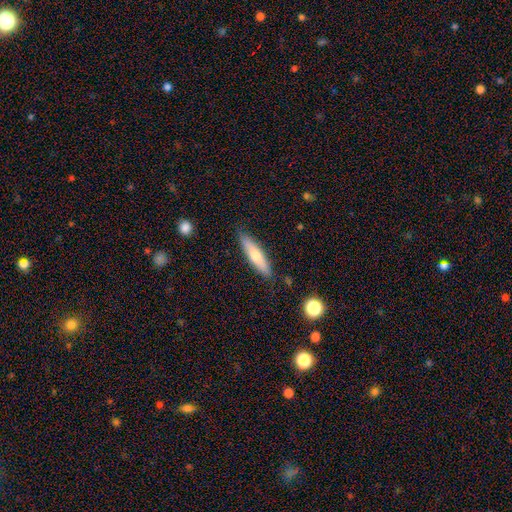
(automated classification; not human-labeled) A smooth galaxy with no disk features (62%) that is cigar-shaped (78%).

Vote fractions:
- Smooth or featured? smooth: 62% / featured or disk: 32% / star or artifact: 6%
- How rounded? cigar-shaped: 78% / in between: 20% / round: 2%
- Merging? none: 85% / minor disturbance: 11% / major disturbance: 2% / merger: 2%